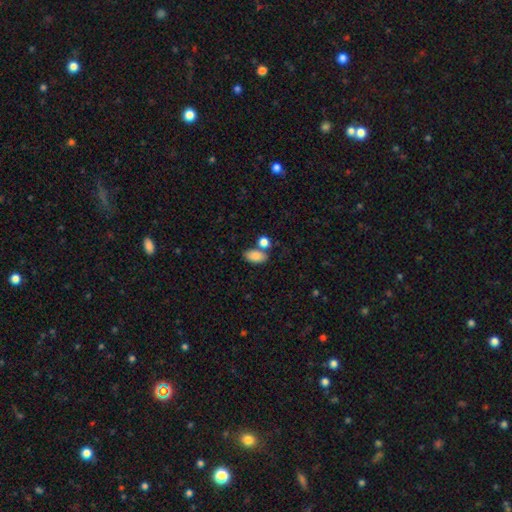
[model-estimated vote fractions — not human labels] This is clearly a smooth galaxy (86%). How rounded: clearly in between (91%). Merging: possibly none (57%).